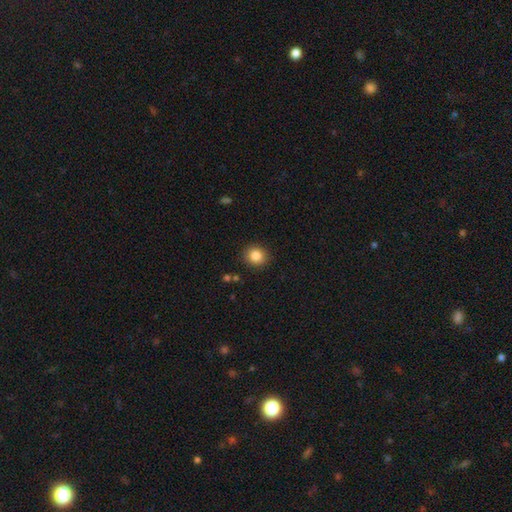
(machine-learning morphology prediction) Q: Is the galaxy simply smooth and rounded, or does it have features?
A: smooth — 85%.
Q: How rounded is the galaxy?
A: round — 87%.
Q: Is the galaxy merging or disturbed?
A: none — 90%.